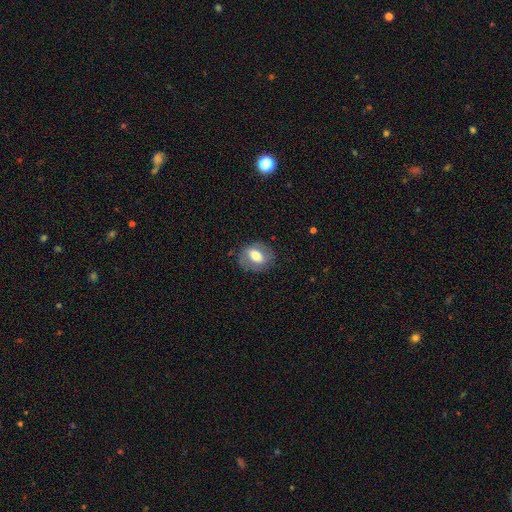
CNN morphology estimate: Overall: smooth (55%; featured or disk 37%). How rounded: in between (65%; round 33%). Merging: none (76%).